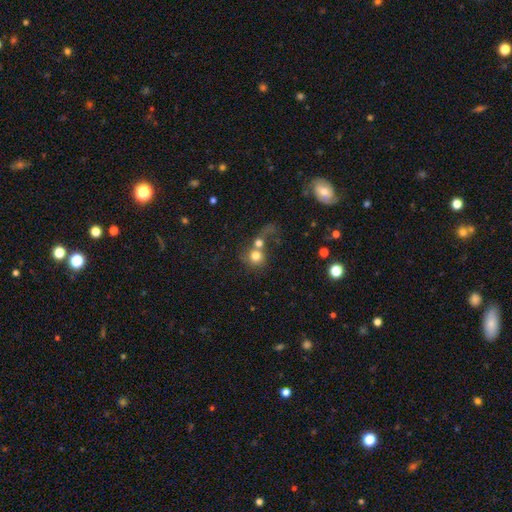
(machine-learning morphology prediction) Smooth or featured? Predicted: smooth (p=0.71). How rounded? Predicted: round (p=0.83). Merging? Predicted: merger (p=0.60).